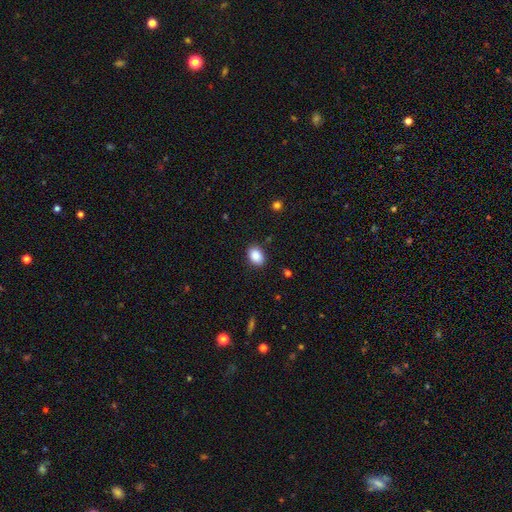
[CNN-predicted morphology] smooth_or_featured: smooth (p=0.88) [alt: star or artifact p=0.08]
how_rounded: in between (p=0.79) [alt: round p=0.20]
merging: none (p=0.87) [alt: minor disturbance p=0.09]